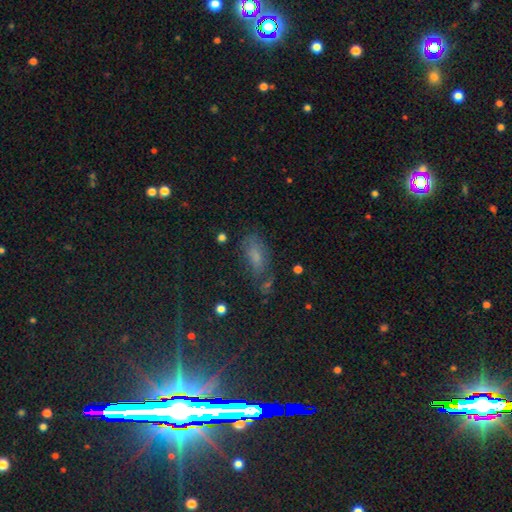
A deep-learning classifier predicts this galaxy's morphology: type=smooth (48%); merging=none (58%).